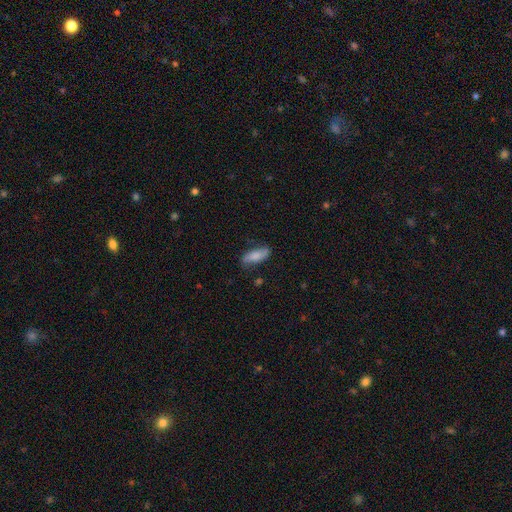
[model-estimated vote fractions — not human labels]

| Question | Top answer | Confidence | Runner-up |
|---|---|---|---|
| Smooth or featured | smooth | 65% | featured or disk (28%) |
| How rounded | in between | 74% | cigar-shaped (24%) |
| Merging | none | 69% | minor disturbance (22%) |